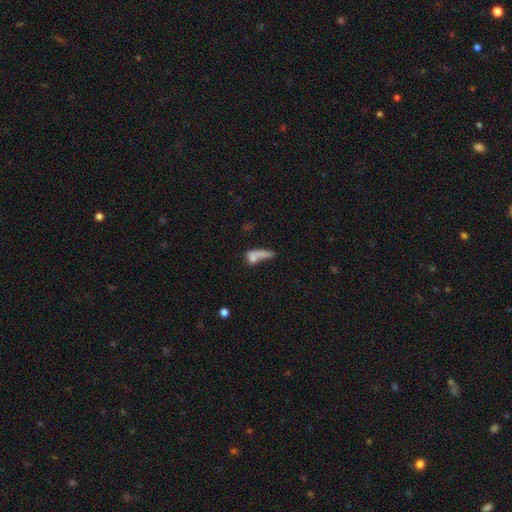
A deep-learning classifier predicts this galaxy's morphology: Overall: smooth (67%). How rounded: cigar-shaped (45%; in between 44%). Merging: merger (44%; none 27%).